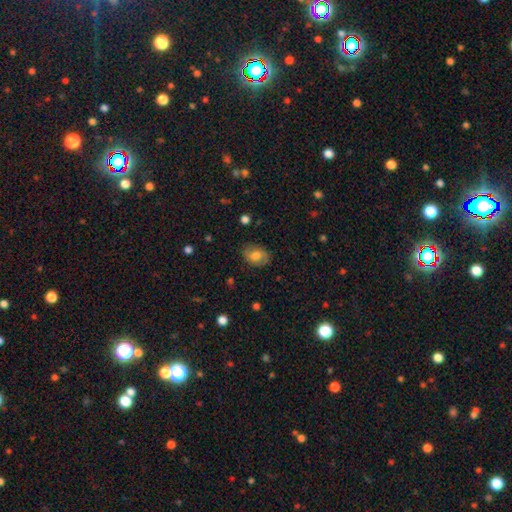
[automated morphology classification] Smooth or featured: smooth — 62% (featured or disk — 30%)
How rounded: in between — 69% (round — 30%)
Merging: none — 78% (minor disturbance — 16%)